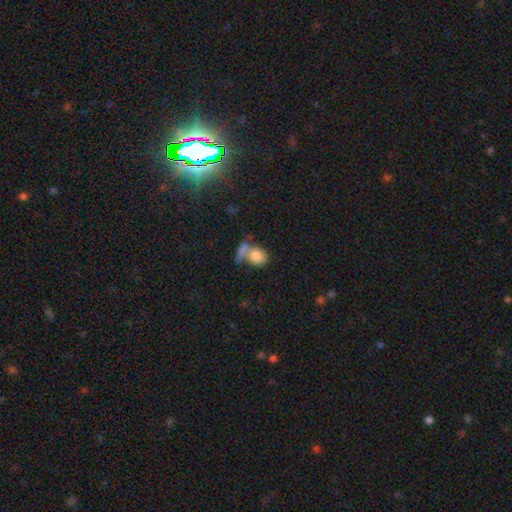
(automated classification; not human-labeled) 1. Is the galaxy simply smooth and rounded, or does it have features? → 80% smooth, 11% featured or disk, 9% star or artifact.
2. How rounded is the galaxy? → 54% round, 44% in between, 2% cigar-shaped.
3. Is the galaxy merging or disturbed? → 42% none, 39% merger, 12% minor disturbance, 7% major disturbance.